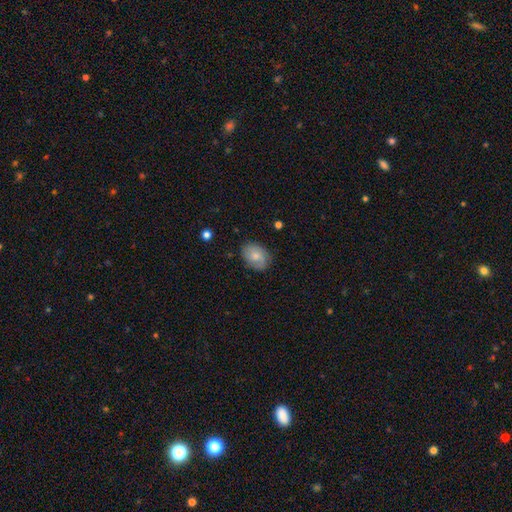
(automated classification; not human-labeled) Smooth or featured: smooth — 64% (featured or disk — 28%)
How rounded: in between — 65% (round — 34%)
Merging: none — 75% (minor disturbance — 19%)